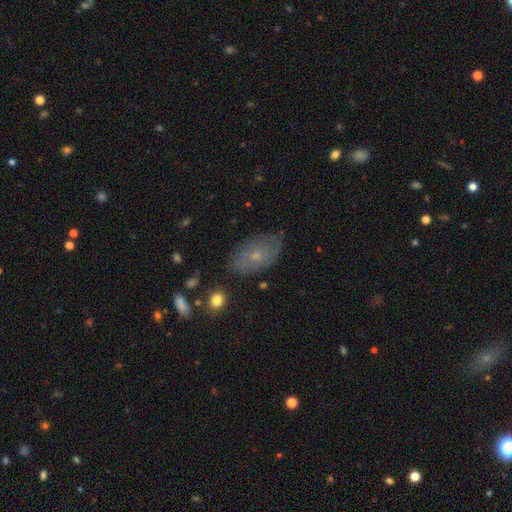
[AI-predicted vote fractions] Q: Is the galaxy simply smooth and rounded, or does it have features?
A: smooth — 49%.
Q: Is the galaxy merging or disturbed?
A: none — 77%.